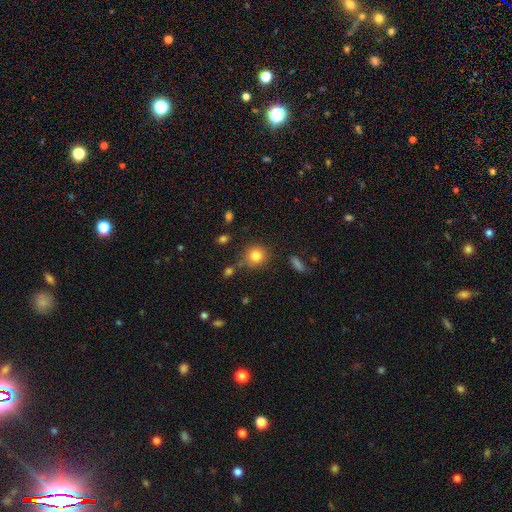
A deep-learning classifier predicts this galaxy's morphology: smooth_or_featured: smooth (p=0.82) [alt: star or artifact p=0.11]
how_rounded: round (p=0.88) [alt: in between p=0.11]
merging: none (p=0.77) [alt: minor disturbance p=0.13]